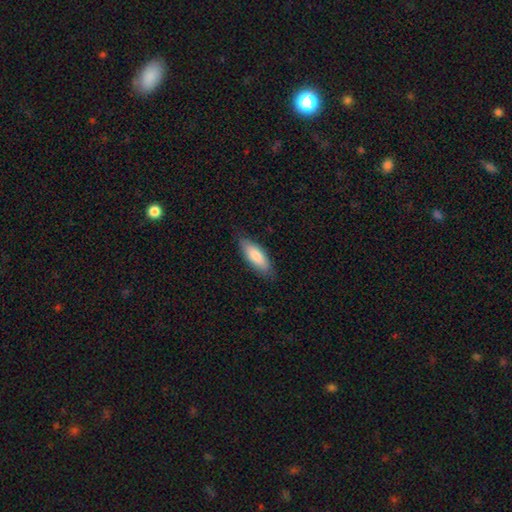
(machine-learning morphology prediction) smooth 81%, featured or disk 14%, star or artifact 5%. Down the decision tree: how rounded — in between (66%); merging — none (83%).